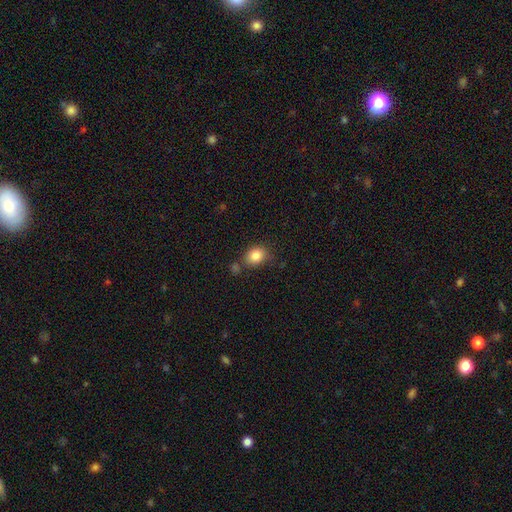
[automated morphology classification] Q: Smooth or featured?
A: smooth (84%); runner-up: star or artifact (10%)
Q: How rounded?
A: round (52%); runner-up: in between (47%)
Q: Merging?
A: none (72%); runner-up: minor disturbance (15%)